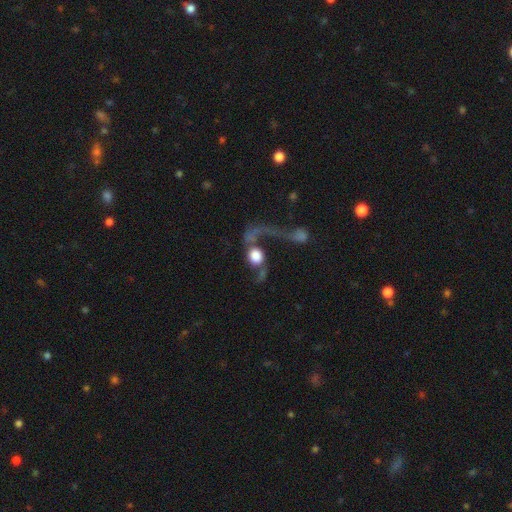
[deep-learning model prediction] Smooth or featured? Predicted: featured or disk (p=0.52). Edge-on disk? Predicted: no (p=0.92). Merging? Predicted: major disturbance (p=0.38).